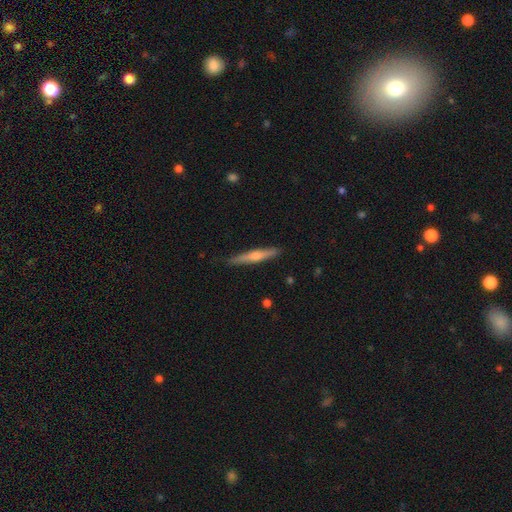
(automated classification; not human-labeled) Overall: smooth (49%; featured or disk 45%). Merging: none (86%).